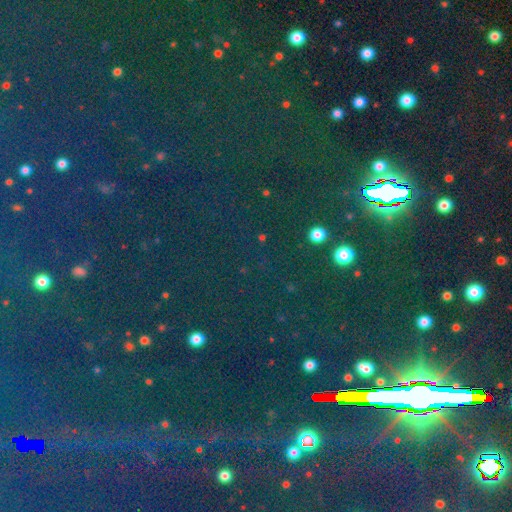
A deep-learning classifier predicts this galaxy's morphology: The model was most divided on "smooth or featured": star or artifact: 84%, smooth: 9%, featured or disk: 7%.